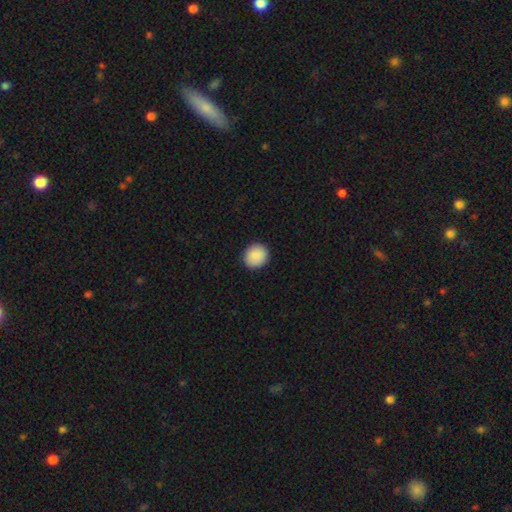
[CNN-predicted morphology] The model was most divided on "how rounded": round: 87%, in between: 12%, cigar-shaped: 1%. More confident: merging — none (91%); smooth or featured — smooth (90%).